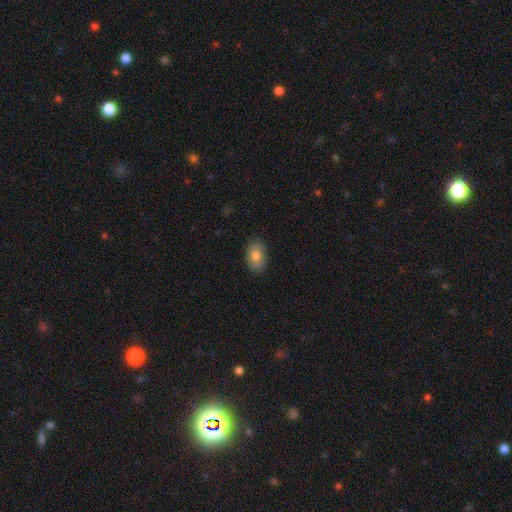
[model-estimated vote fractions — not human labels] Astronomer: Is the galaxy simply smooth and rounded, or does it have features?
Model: smooth — 82%.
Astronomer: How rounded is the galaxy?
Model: in between — 90%.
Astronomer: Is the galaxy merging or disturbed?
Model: none — 86%.